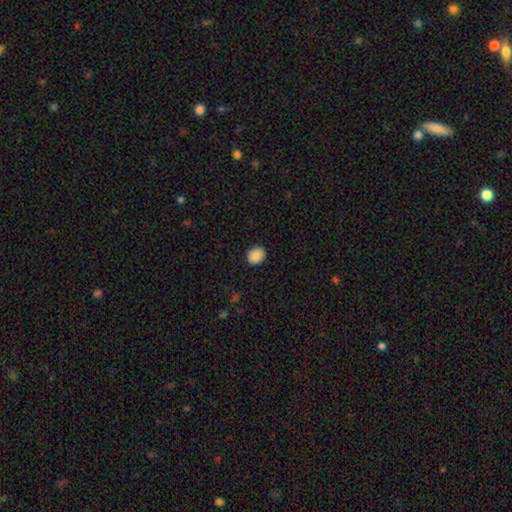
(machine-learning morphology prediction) smooth_or_featured: smooth (p=0.89) [alt: star or artifact p=0.08]
how_rounded: round (p=0.58) [alt: in between p=0.41]
merging: none (p=0.89) [alt: minor disturbance p=0.08]